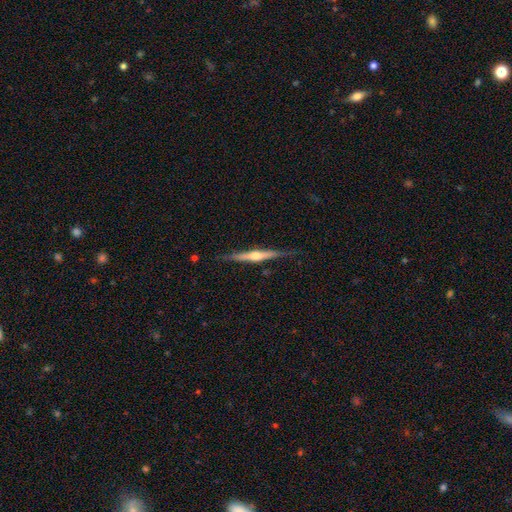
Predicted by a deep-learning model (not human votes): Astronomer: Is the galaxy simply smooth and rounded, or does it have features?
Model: featured or disk — 71%.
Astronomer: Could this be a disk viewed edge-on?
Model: yes — 98%.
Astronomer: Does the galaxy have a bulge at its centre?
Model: rounded — 85%.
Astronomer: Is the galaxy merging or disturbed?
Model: none — 83%.